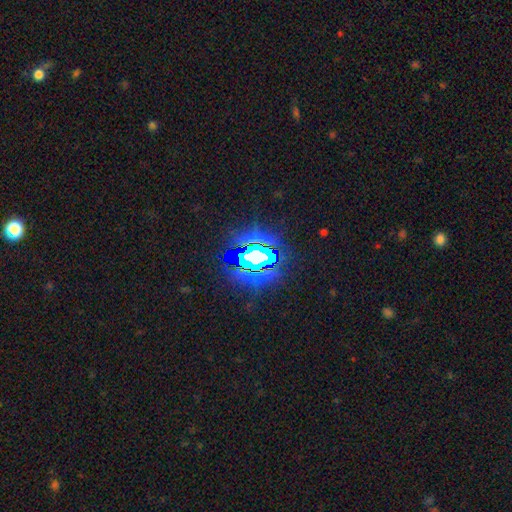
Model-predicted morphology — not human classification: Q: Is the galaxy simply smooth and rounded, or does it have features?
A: star or artifact — 76%.